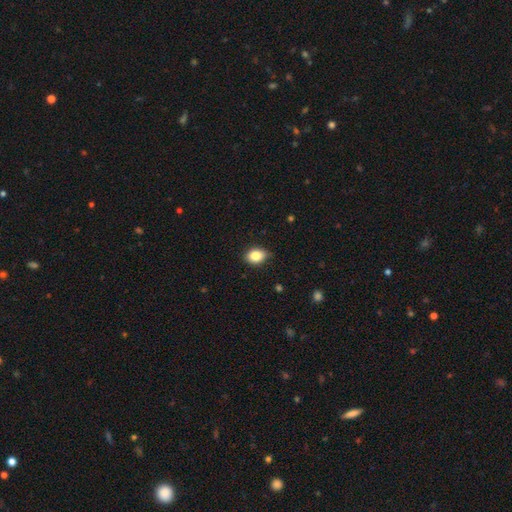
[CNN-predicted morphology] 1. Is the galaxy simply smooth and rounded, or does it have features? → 84% smooth, 9% star or artifact, 7% featured or disk.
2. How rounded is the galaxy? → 68% in between, 31% round, 1% cigar-shaped.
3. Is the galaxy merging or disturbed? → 78% none, 19% minor disturbance, 3% major disturbance, 1% merger.